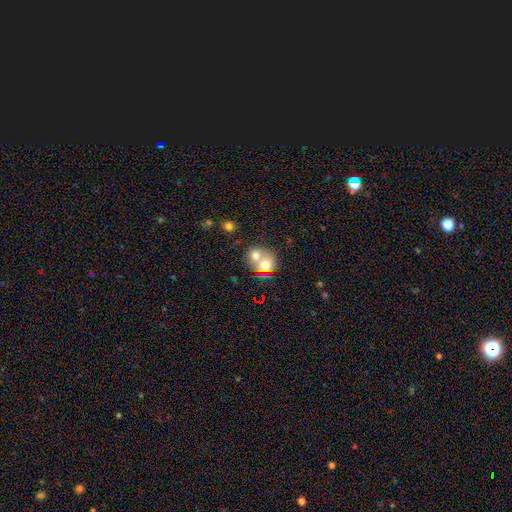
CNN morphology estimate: Smooth or featured? smooth (66%)
How rounded? round (67%)
Merging? merger (65%)